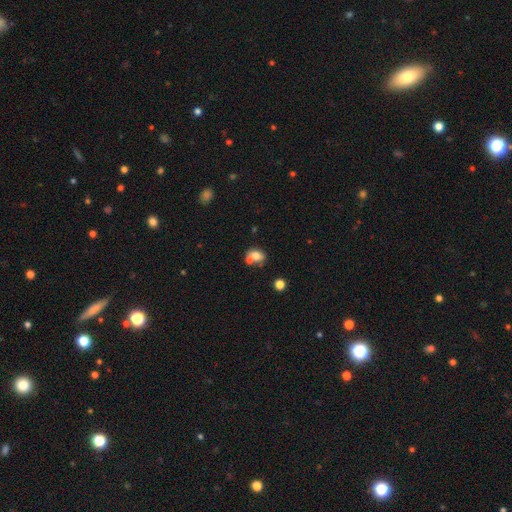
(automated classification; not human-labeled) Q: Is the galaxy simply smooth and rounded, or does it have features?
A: smooth — 71%.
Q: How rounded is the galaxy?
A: in between — 63%.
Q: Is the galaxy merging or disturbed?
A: merger — 42%.